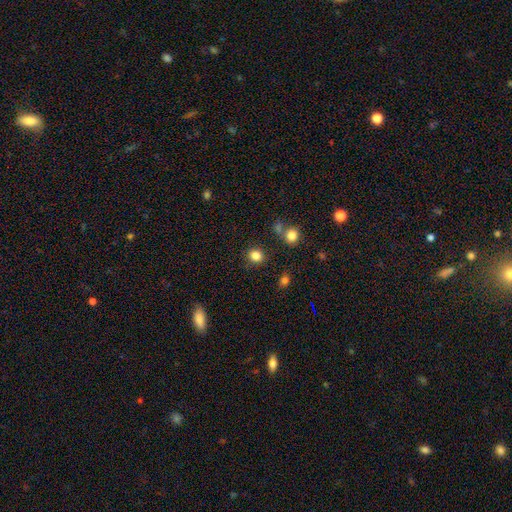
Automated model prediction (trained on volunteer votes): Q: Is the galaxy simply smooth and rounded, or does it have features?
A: smooth — 84%.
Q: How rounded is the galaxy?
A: round — 82%.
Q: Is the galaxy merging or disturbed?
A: none — 87%.